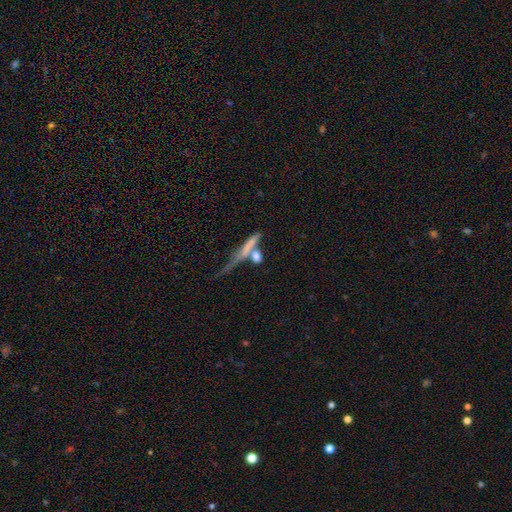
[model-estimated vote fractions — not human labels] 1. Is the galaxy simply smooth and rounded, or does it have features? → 61% smooth, 28% featured or disk, 11% star or artifact.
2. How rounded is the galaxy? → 51% cigar-shaped, 26% in between, 23% round.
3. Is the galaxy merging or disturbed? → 41% none, 35% merger, 13% minor disturbance, 11% major disturbance.